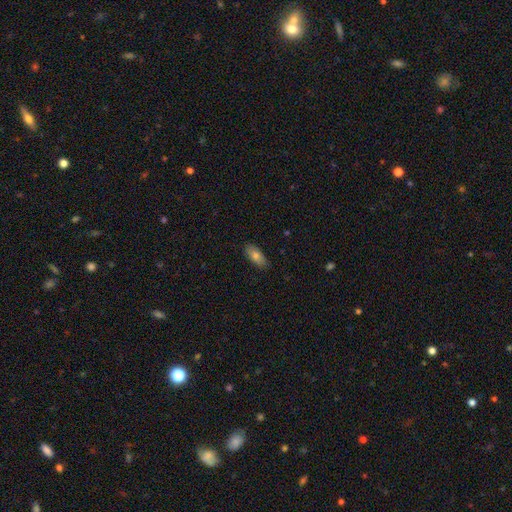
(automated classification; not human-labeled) smooth_or_featured: smooth (p=0.77) [alt: featured or disk p=0.16]
how_rounded: in between (p=0.85) [alt: cigar-shaped p=0.12]
merging: none (p=0.86) [alt: minor disturbance p=0.11]